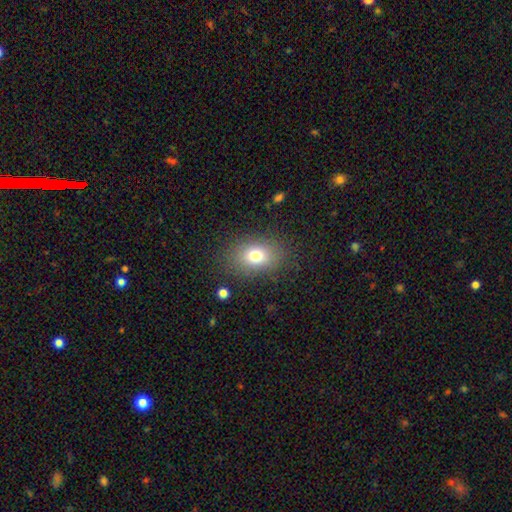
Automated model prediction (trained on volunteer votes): Smooth or featured? Predicted: smooth (p=0.75). How rounded? Predicted: in between (p=0.70). Merging? Predicted: none (p=0.82).